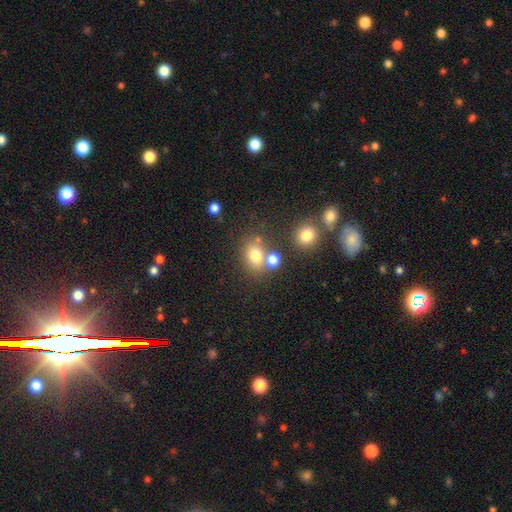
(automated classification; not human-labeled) This is likely a smooth galaxy (75%). How rounded: possibly round (56%). Merging: possibly none (57%).